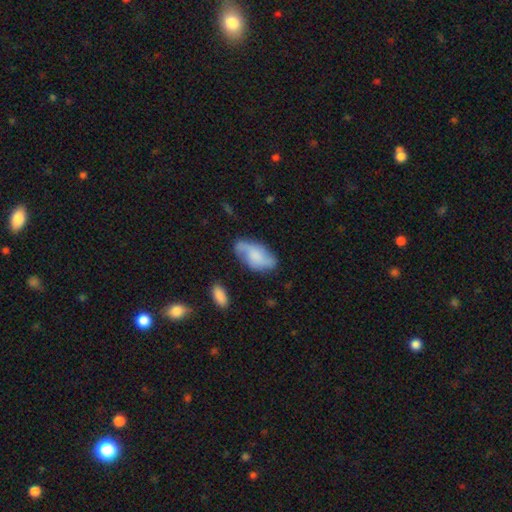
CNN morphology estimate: Overall: featured or disk (51%; smooth 42%). Edge-on disk: no (94%). Merging: none (65%).